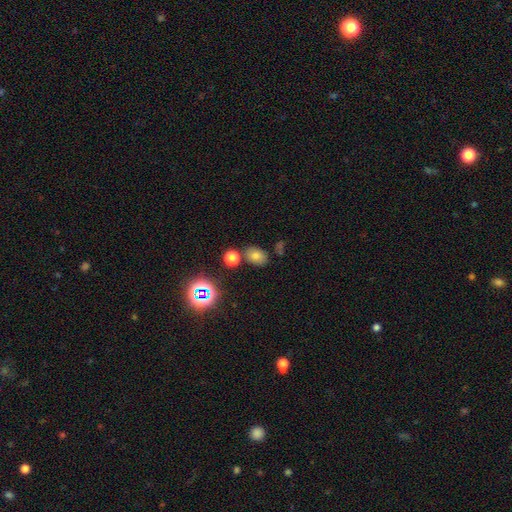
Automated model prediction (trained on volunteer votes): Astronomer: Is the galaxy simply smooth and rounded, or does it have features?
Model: smooth — 70%.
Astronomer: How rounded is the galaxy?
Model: in between — 72%.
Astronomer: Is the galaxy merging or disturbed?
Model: none — 75%.